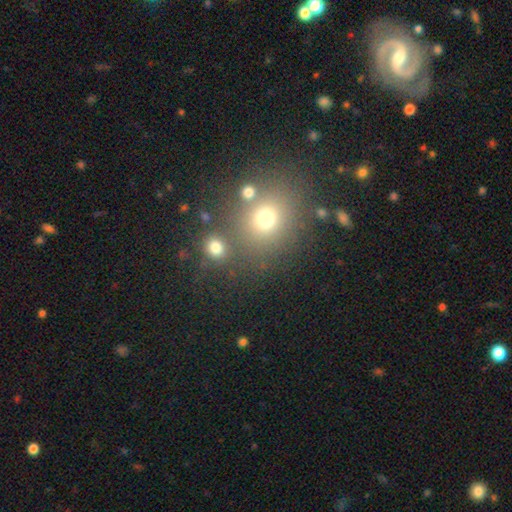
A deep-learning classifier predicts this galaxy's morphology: smooth-or-featured: smooth: 60% | star or artifact: 29% | featured or disk: 11%
  how-rounded: round: 72% | in between: 27% | cigar-shaped: 1%
  merging: none: 73% | merger: 13% | minor disturbance: 10% | major disturbance: 4%